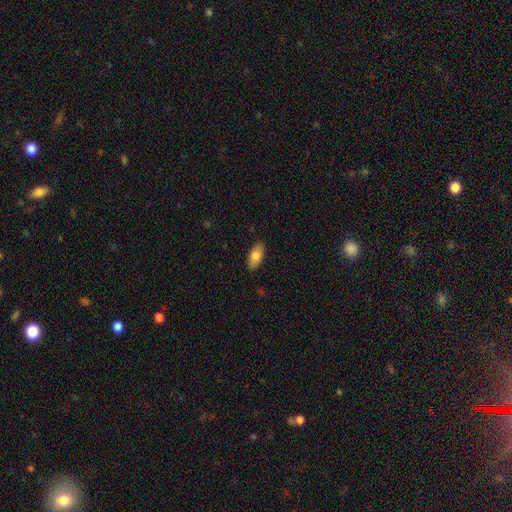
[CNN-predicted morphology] Q: Smooth or featured?
A: smooth (81%); runner-up: featured or disk (13%)
Q: How rounded?
A: in between (91%); runner-up: cigar-shaped (6%)
Q: Merging?
A: none (88%); runner-up: minor disturbance (9%)